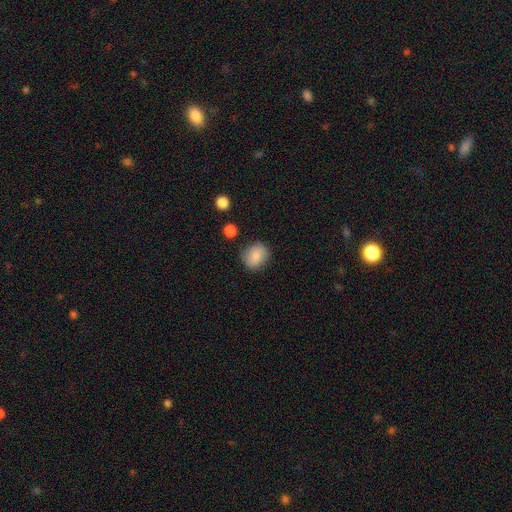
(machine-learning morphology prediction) Overall: smooth (84%). How rounded: round (74%). Merging: none (82%).